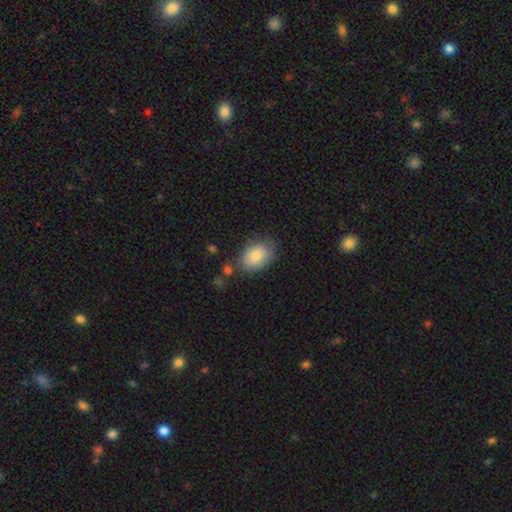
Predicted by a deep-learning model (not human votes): Smooth or featured?
  - smooth: 83% *
  - featured or disk: 10%
  - star or artifact: 7%
How rounded?
  - in between: 84% *
  - round: 15%
  - cigar-shaped: 1%
Merging?
  - none: 73% *
  - minor disturbance: 18%
  - major disturbance: 5%
  - merger: 5%